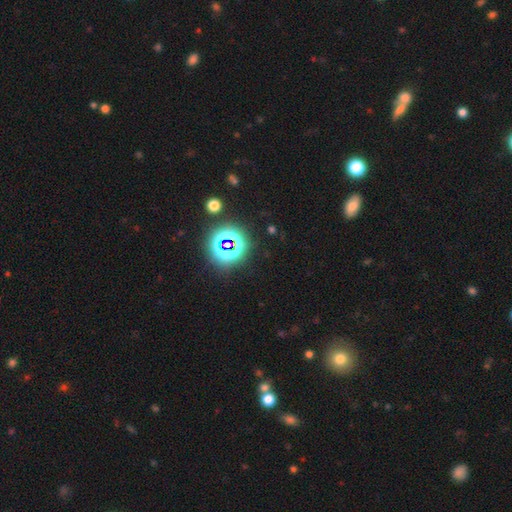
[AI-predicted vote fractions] Morphology: type=star or artifact (80%).